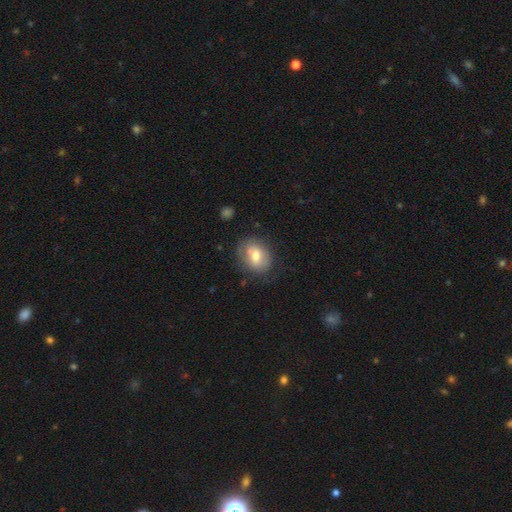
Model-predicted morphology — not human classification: smooth 65%, featured or disk 27%, star or artifact 8%. Down the decision tree: how rounded — in between (54%); merging — none (69%).